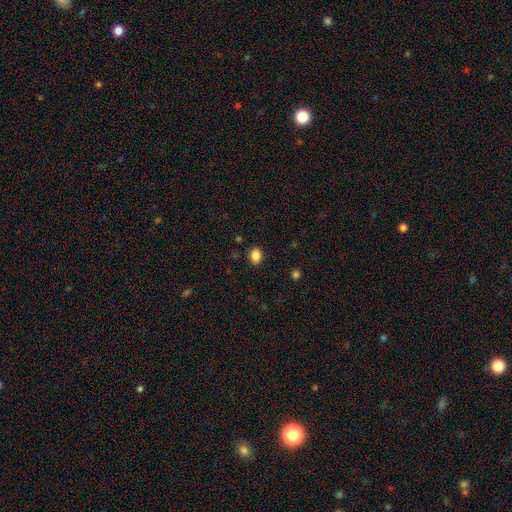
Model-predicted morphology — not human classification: A smooth galaxy with no disk features (86%) that is in between round and cigar-shaped (63%). Merging: none (88%).